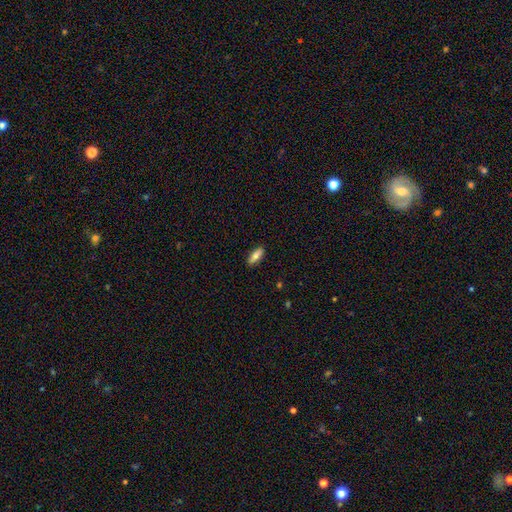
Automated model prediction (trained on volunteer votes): smooth-or-featured: smooth: 73% | featured or disk: 20% | star or artifact: 7%
  how-rounded: in between: 59% | cigar-shaped: 38% | round: 3%
  merging: none: 89% | minor disturbance: 9% | major disturbance: 2% | merger: 1%